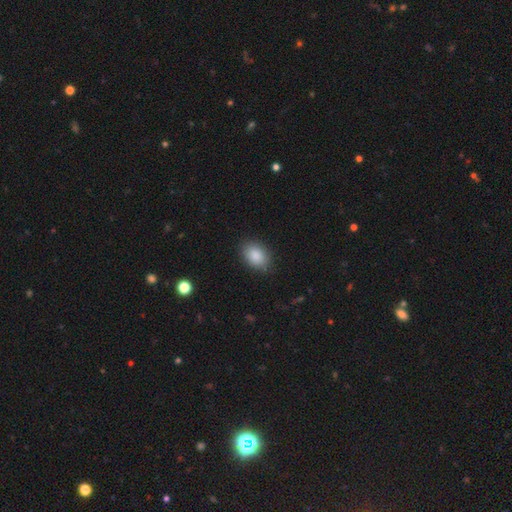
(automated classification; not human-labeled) smooth 88%, star or artifact 8%, featured or disk 5%. Down the decision tree: how rounded — in between (77%); merging — none (85%).